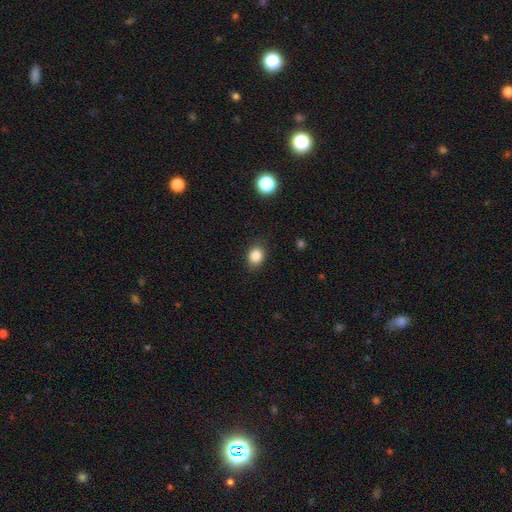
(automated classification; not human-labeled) smooth_or_featured: smooth (p=0.85) [alt: star or artifact p=0.10]
how_rounded: in between (p=0.51) [alt: round p=0.48]
merging: none (p=0.87) [alt: minor disturbance p=0.09]